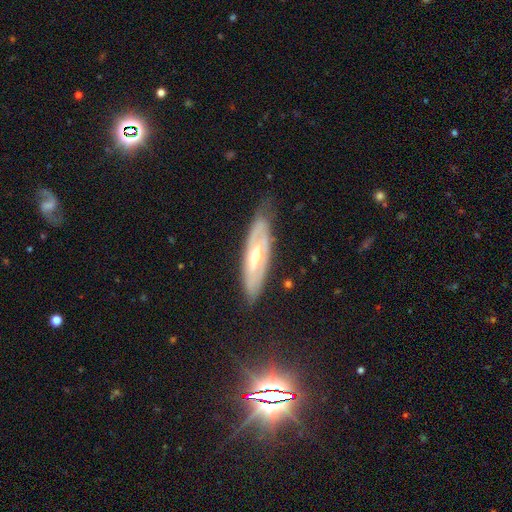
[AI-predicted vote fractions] Morphology: type=featured or disk (74%); edge-on=no (68%); bar=no (46%); spiral arms=yes (61%); bulge=moderate (60%); merging=none (76%).